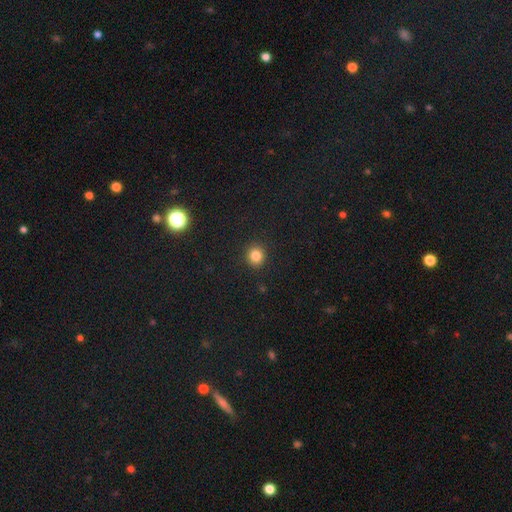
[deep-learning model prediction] A smooth galaxy with no disk features (83%) that is round (88%). Merging: none (92%).